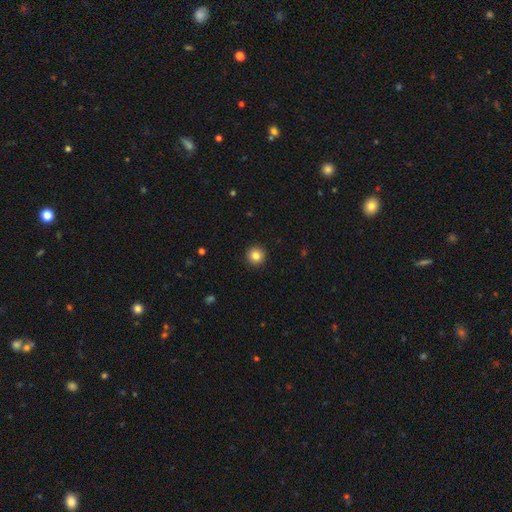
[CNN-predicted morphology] Smooth or featured: smooth — 84% (star or artifact — 10%)
How rounded: round — 96% (in between — 3%)
Merging: none — 93% (minor disturbance — 4%)